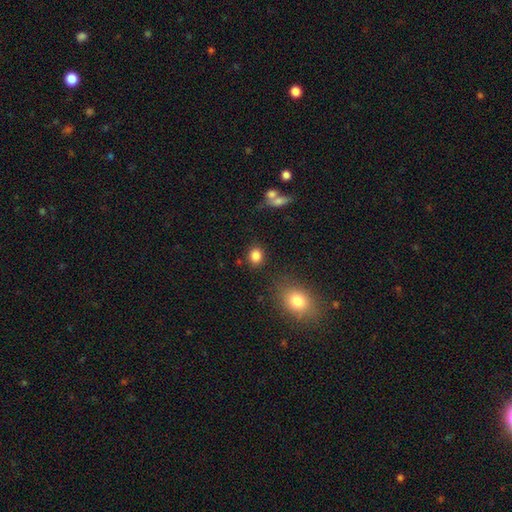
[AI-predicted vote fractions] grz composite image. It shows a smooth galaxy with no disk features (85%) that is round (58%). Merging: none (84%).